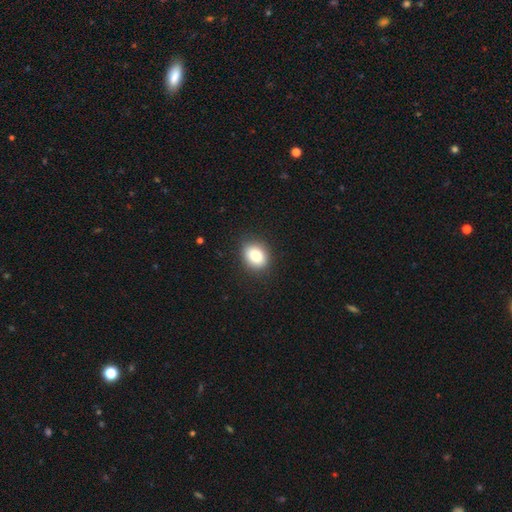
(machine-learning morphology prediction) Smooth or featured: smooth — 83% (star or artifact — 9%)
How rounded: in between — 52% (round — 47%)
Merging: none — 88% (minor disturbance — 9%)